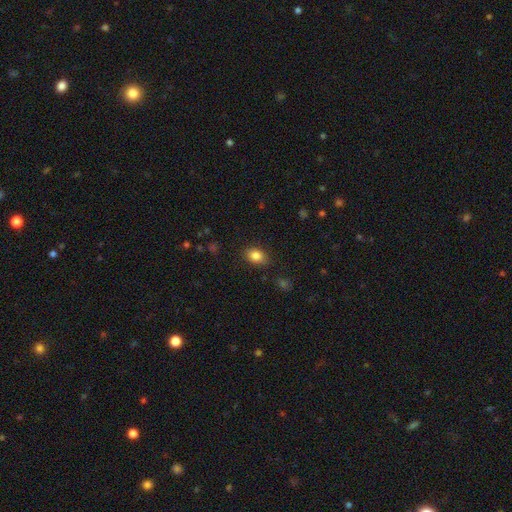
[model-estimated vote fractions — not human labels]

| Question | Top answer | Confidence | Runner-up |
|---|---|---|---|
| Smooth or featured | smooth | 83% | star or artifact (10%) |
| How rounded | in between | 72% | round (27%) |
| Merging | none | 85% | minor disturbance (11%) |